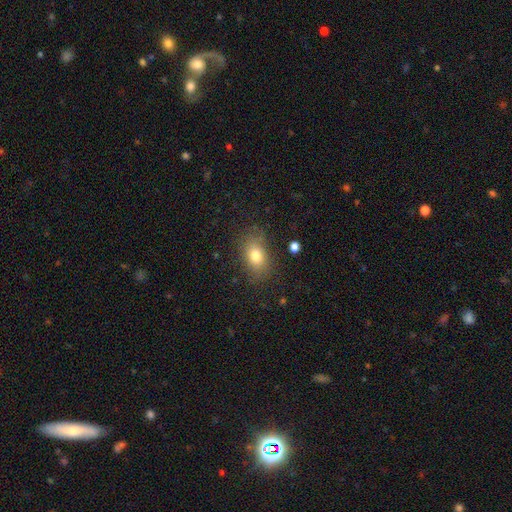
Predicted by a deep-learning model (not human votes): smooth-or-featured: smooth: 78% | featured or disk: 11% | star or artifact: 10%
  how-rounded: in between: 80% | round: 18% | cigar-shaped: 2%
  merging: none: 80% | minor disturbance: 14% | major disturbance: 5% | merger: 2%